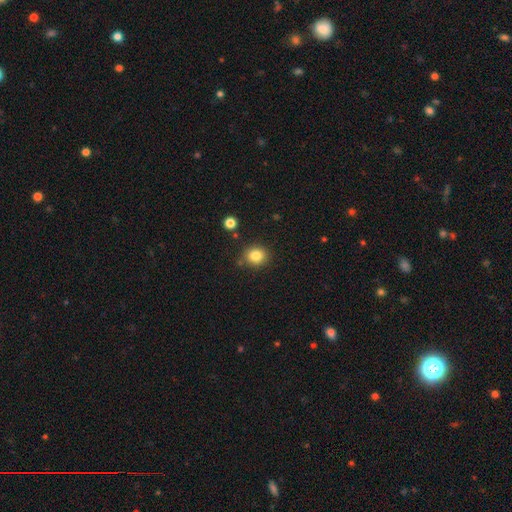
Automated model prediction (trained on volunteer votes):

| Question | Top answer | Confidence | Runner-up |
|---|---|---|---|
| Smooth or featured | smooth | 83% | star or artifact (11%) |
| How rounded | round | 83% | in between (17%) |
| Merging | none | 83% | minor disturbance (10%) |